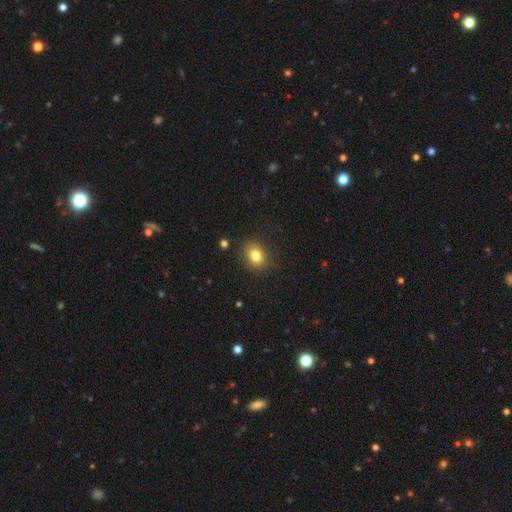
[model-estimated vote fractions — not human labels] Smooth or featured: smooth — 81% (star or artifact — 11%)
How rounded: round — 57% (in between — 42%)
Merging: none — 88% (minor disturbance — 8%)